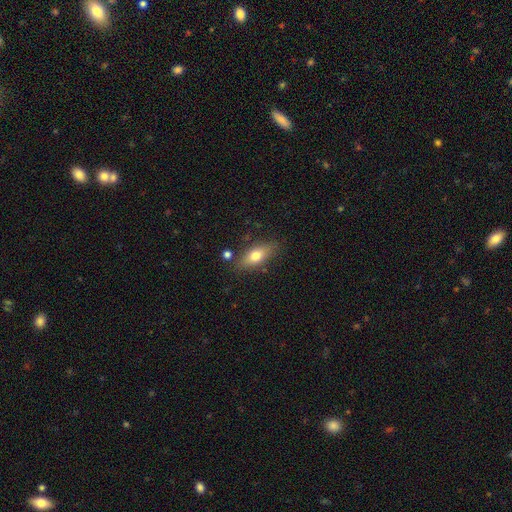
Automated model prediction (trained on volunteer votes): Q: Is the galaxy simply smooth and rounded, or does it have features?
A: smooth — 69%.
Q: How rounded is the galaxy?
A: in between — 72%.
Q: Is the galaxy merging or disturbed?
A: none — 80%.